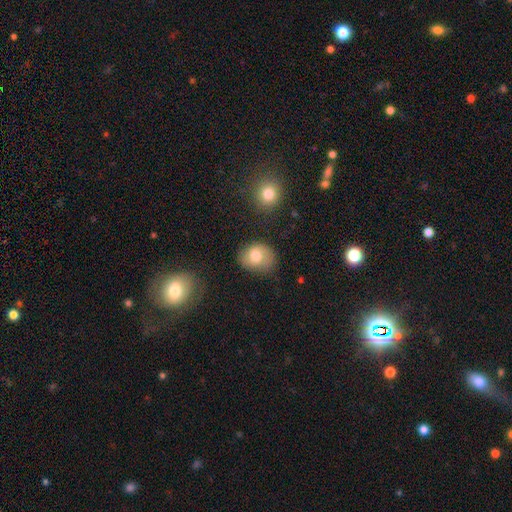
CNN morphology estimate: This is likely a smooth galaxy (71%). How rounded: possibly round (50%). Merging: likely none (70%).